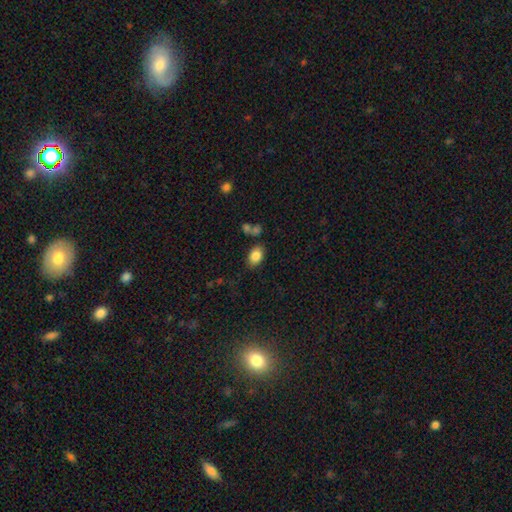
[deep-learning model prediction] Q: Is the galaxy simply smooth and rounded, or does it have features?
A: smooth — 85%.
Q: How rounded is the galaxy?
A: in between — 82%.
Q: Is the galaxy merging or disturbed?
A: none — 75%.